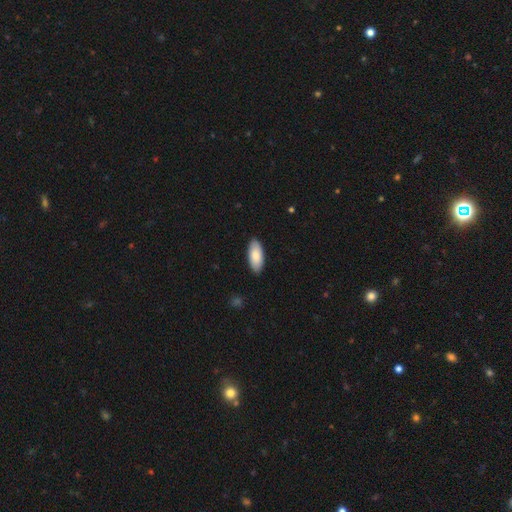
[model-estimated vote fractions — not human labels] smooth-or-featured: smooth: 83% | featured or disk: 11% | star or artifact: 5%
  how-rounded: in between: 89% | cigar-shaped: 9% | round: 2%
  merging: none: 88% | minor disturbance: 9% | major disturbance: 2% | merger: 1%